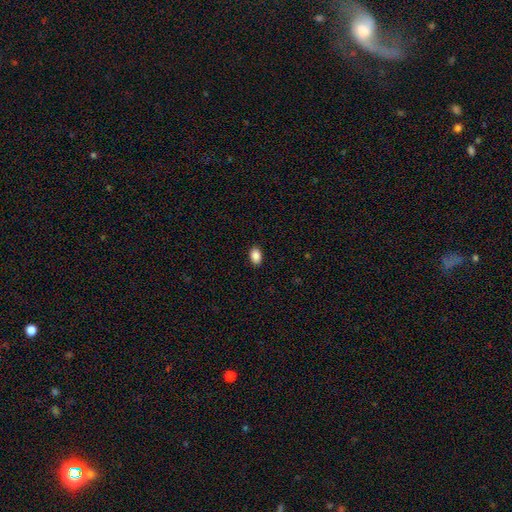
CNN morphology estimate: smooth 89%, star or artifact 8%, featured or disk 3%. Down the decision tree: how rounded — in between (87%); merging — none (90%).